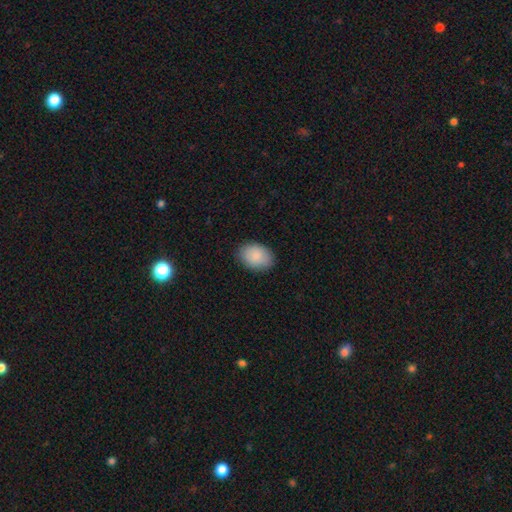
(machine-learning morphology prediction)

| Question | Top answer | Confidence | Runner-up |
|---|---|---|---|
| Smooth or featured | smooth | 89% | star or artifact (6%) |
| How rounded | in between | 81% | round (18%) |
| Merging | none | 88% | minor disturbance (9%) |